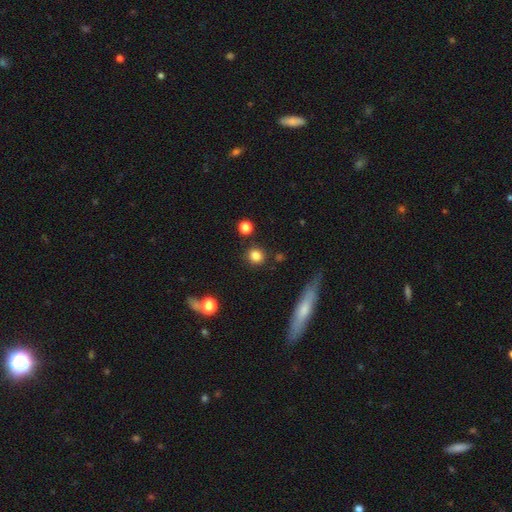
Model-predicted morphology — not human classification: Smooth or featured? Predicted: smooth (p=0.83). How rounded? Predicted: round (p=0.85). Merging? Predicted: none (p=0.86).